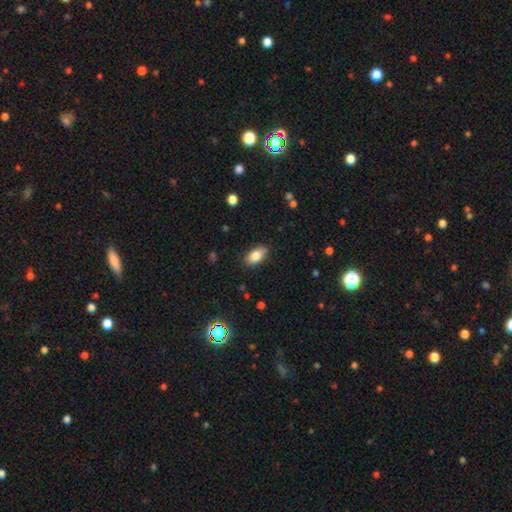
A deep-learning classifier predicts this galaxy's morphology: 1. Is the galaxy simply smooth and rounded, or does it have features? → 82% smooth, 10% featured or disk, 8% star or artifact.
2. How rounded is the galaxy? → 90% in between, 5% round, 5% cigar-shaped.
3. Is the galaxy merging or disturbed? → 82% none, 14% minor disturbance, 3% major disturbance, 1% merger.